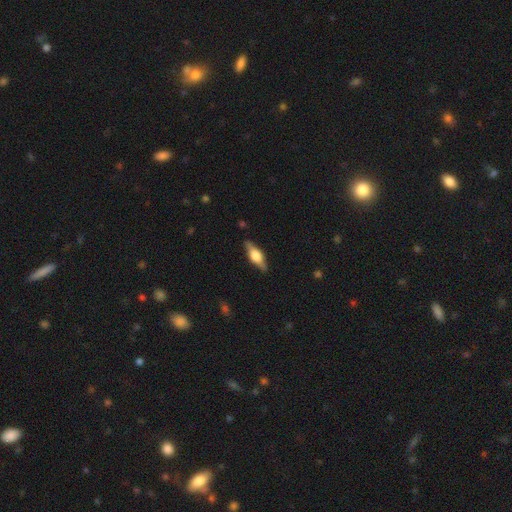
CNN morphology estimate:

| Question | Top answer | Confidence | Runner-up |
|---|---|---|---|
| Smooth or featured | featured or disk | 58% | smooth (36%) |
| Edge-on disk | yes | 94% | no (6%) |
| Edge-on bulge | rounded | 86% | boxy (12%) |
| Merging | none | 86% | minor disturbance (10%) |